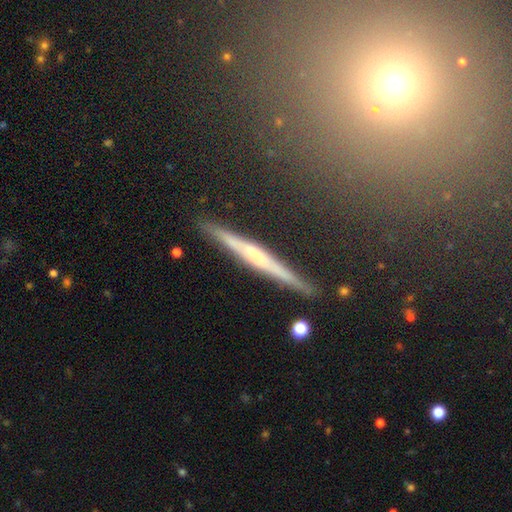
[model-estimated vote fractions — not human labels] smooth-or-featured: featured or disk: 68% | smooth: 26% | star or artifact: 7%
  disk-edge-on: yes: 97% | no: 3%
    edge-on-bulge: none: 48% | rounded: 35% | boxy: 18%
  merging: none: 87% | minor disturbance: 9% | major disturbance: 2% | merger: 2%